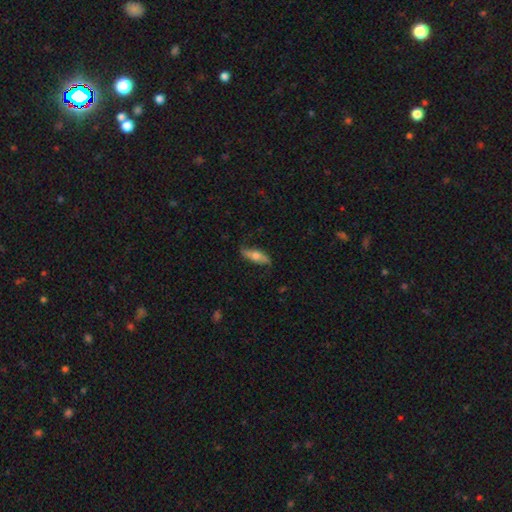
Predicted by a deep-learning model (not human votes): smooth_or_featured: smooth (p=0.50) [alt: featured or disk p=0.44]
how_rounded: in between (p=0.53) [alt: cigar-shaped p=0.44]
merging: none (p=0.75) [alt: minor disturbance p=0.19]